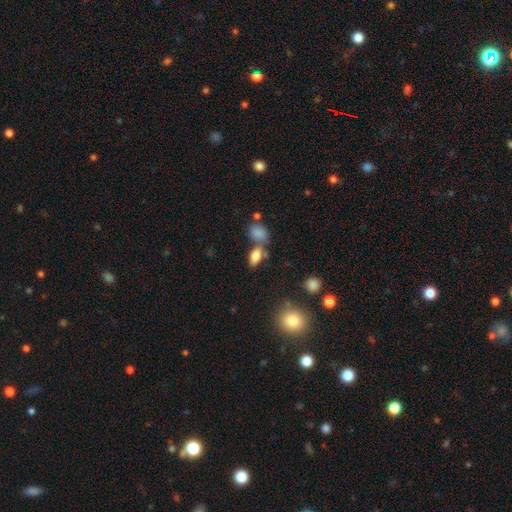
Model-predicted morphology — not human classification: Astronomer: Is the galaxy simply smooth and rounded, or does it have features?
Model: smooth — 79%.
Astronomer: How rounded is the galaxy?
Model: in between — 86%.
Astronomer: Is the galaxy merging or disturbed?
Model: none — 58%.